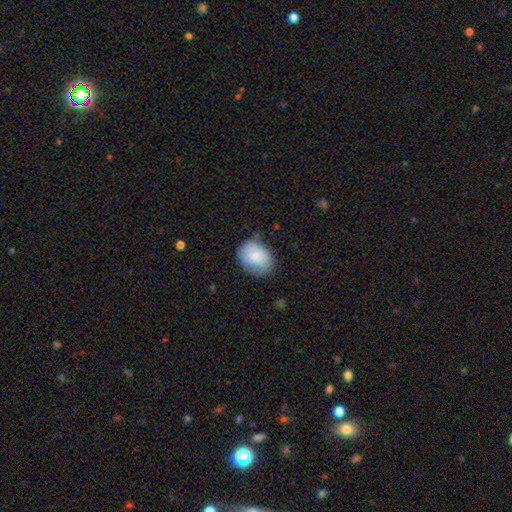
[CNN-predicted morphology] This appears to be a smooth galaxy with no disk features (73%) that is in between round and cigar-shaped (65%). Merging: none (64%).